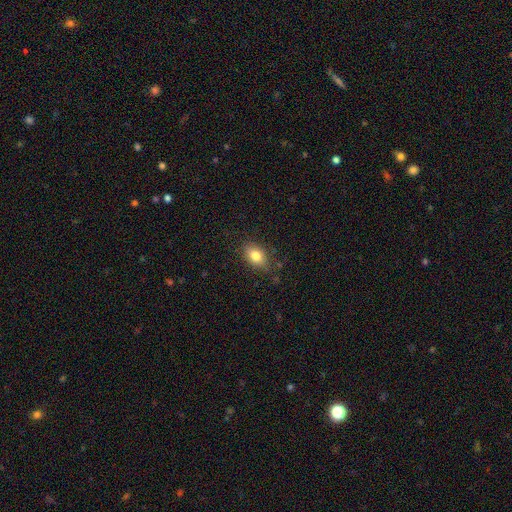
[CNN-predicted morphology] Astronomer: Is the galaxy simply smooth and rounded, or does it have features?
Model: smooth — 79%.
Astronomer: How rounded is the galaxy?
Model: in between — 78%.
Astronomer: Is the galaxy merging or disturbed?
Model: none — 79%.